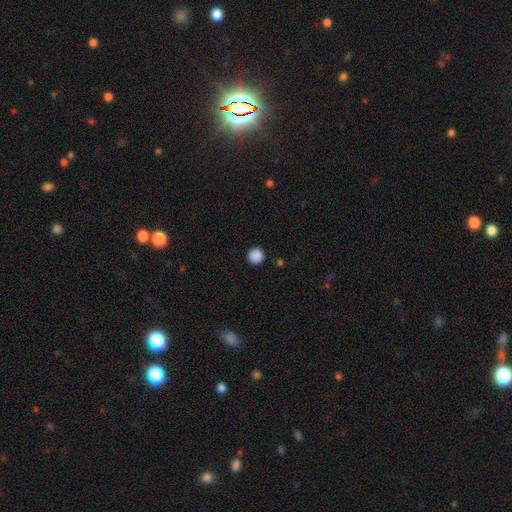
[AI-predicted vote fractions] smooth-or-featured: smooth: 88% | star or artifact: 10% | featured or disk: 2%
  how-rounded: round: 94% | in between: 5% | cigar-shaped: 1%
  merging: none: 90% | minor disturbance: 6% | major disturbance: 2% | merger: 1%